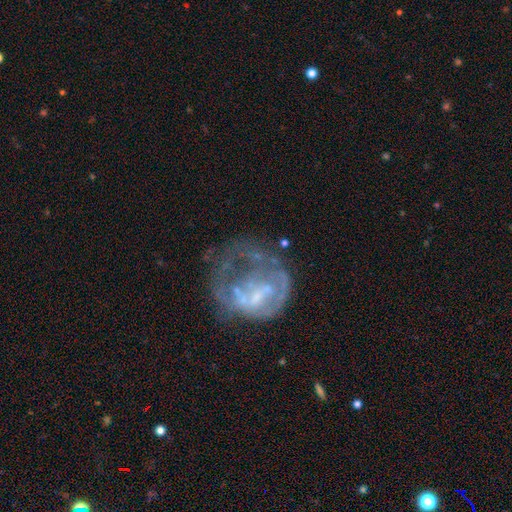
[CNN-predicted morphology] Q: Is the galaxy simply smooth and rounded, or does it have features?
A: featured or disk — 64%.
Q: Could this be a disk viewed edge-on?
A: no — 98%.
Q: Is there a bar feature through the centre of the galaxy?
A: no — 70%.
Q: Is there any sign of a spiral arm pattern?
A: no — 71%.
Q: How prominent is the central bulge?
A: none — 44%.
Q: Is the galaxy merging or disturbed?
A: major disturbance — 47%.